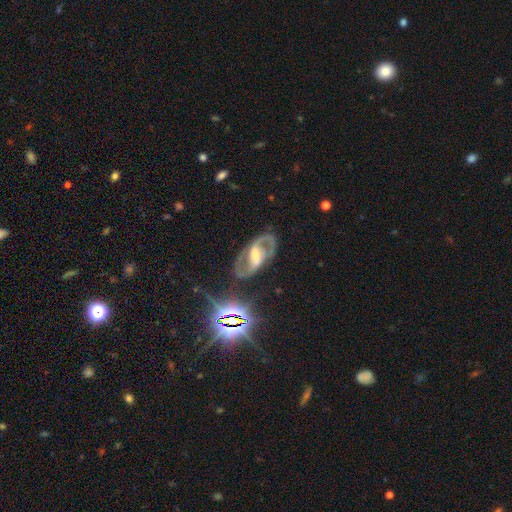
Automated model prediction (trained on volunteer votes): A featured or disk galaxy (85%) with a strong bar (53%), 2 (90%) medium (56%) spiral arms (90%) and a moderate central bulge (47%).

Vote fractions:
- Smooth or featured? featured or disk: 85% / star or artifact: 8% / smooth: 8%
- Edge-on disk? no: 95% / yes: 5%
- Bar? strong: 53% / weak: 32% / no: 16%
- Spiral arms? yes: 90% / no: 10%
- Spiral winding? medium: 56% / loose: 23% / tight: 21%
- Spiral arm count? 2: 90% / can't tell: 4% / 1: 2% / 3: 1% / 4: 1% / more than 4: 1%
- Bulge size? moderate: 47% / small: 38% / large: 9% / none: 4% / dominant: 2%
- Merging? none: 76% / minor disturbance: 13% / major disturbance: 8% / merger: 2%